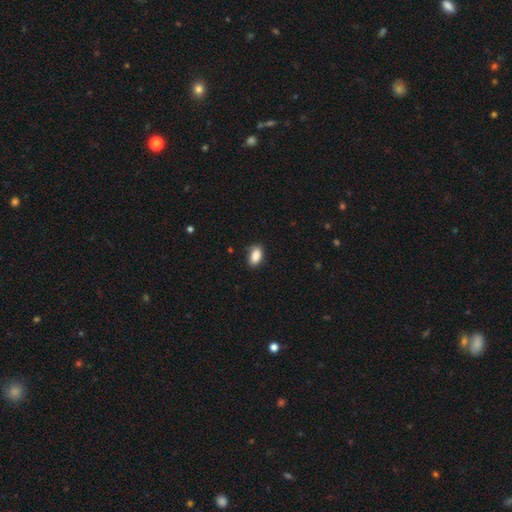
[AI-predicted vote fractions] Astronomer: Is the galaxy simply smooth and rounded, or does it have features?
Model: smooth — 88%.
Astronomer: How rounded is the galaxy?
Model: in between — 91%.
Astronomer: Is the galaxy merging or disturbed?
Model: none — 81%.